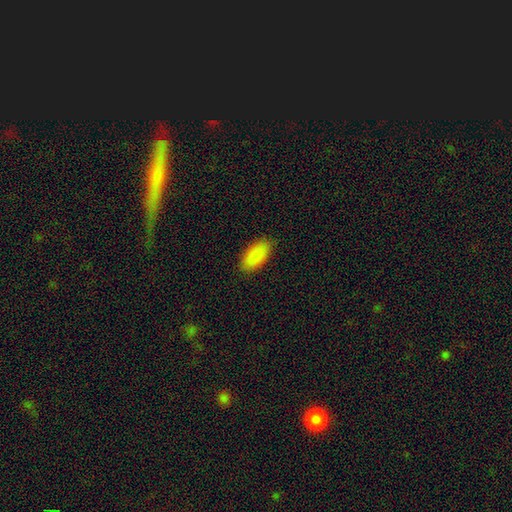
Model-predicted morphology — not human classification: Smooth or featured? smooth (89%)
How rounded? in between (93%)
Merging? none (86%)